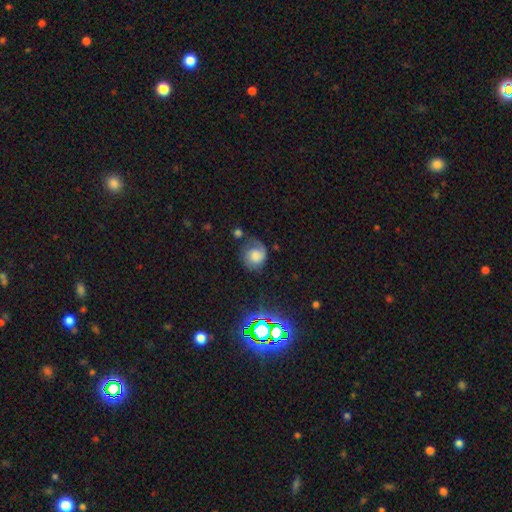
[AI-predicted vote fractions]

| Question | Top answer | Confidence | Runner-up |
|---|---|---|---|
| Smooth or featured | smooth | 49% | featured or disk (37%) |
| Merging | none | 49% | minor disturbance (28%) |